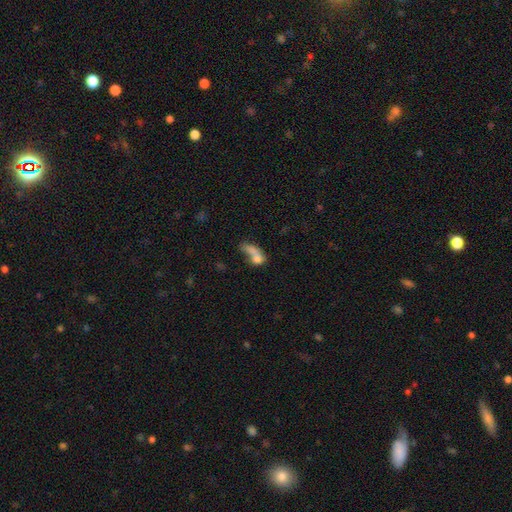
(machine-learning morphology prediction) smooth 66%, featured or disk 23%, star or artifact 11%. Down the decision tree: how rounded — in between (67%); merging — merger (48%).